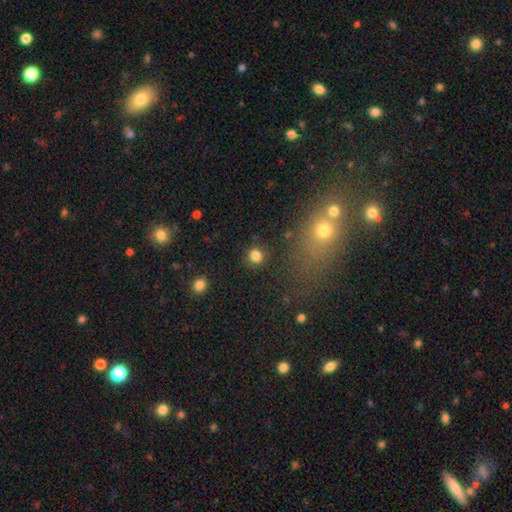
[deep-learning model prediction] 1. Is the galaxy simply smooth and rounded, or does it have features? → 83% smooth, 12% star or artifact, 5% featured or disk.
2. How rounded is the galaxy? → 90% round, 9% in between, 1% cigar-shaped.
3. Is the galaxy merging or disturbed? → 87% none, 7% minor disturbance, 3% major disturbance, 3% merger.